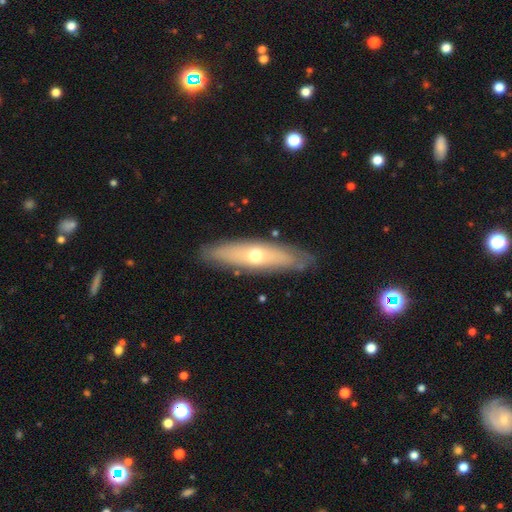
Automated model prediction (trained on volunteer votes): smooth-or-featured: featured or disk: 53% | smooth: 41% | star or artifact: 6%
  disk-edge-on: yes: 60% | no: 40%
  merging: none: 84% | minor disturbance: 12% | major disturbance: 3% | merger: 1%